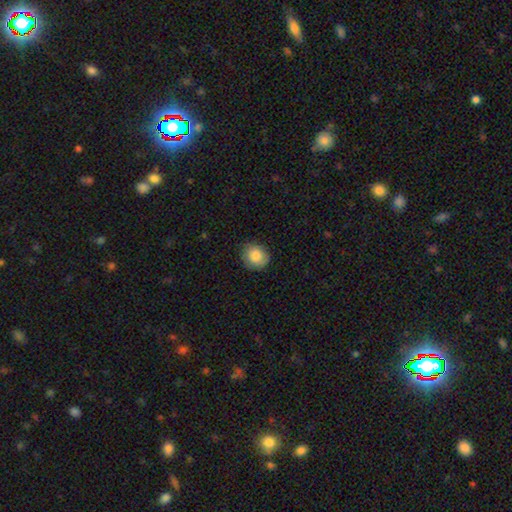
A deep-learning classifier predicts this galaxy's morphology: Smooth or featured? Predicted: smooth (p=0.85). How rounded? Predicted: round (p=0.76). Merging? Predicted: none (p=0.84).